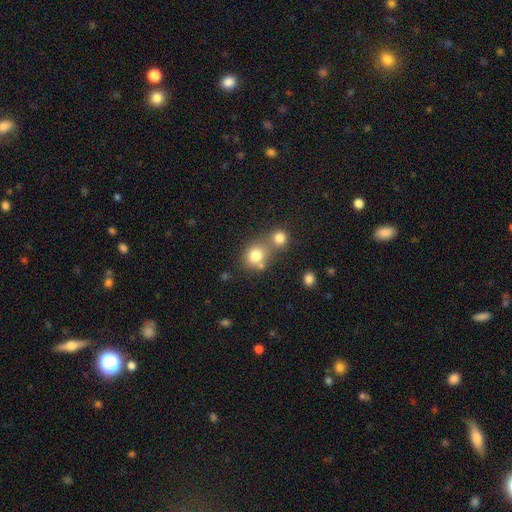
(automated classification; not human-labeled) smooth-or-featured: smooth: 78% | star or artifact: 12% | featured or disk: 10%
  how-rounded: round: 77% | in between: 22% | cigar-shaped: 1%
  merging: none: 45% | merger: 43% | minor disturbance: 9% | major disturbance: 4%